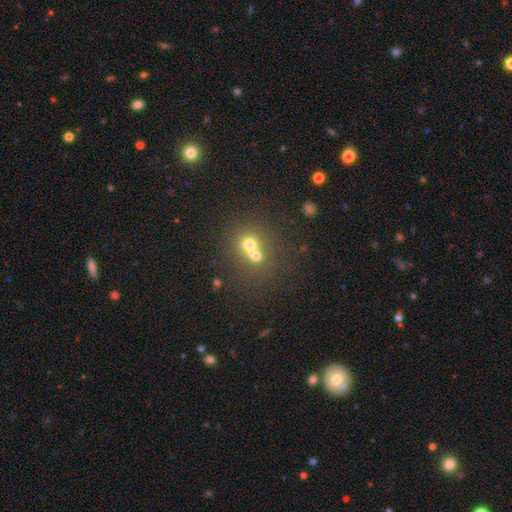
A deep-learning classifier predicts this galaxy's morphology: smooth 62%, featured or disk 21%, star or artifact 17%. Down the decision tree: how rounded — round (80%); merging — merger (58%).